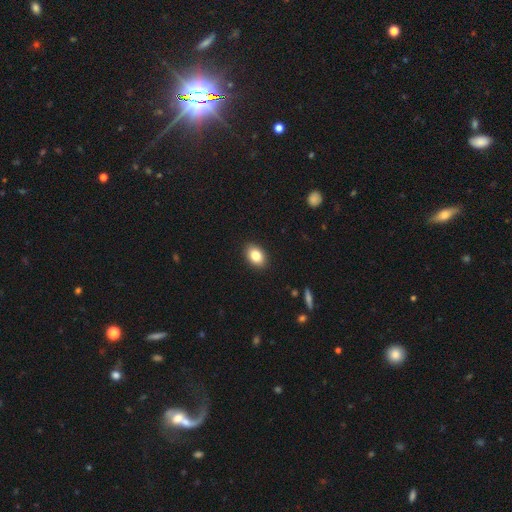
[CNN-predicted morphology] Smooth or featured? Predicted: smooth (p=0.84). How rounded? Predicted: in between (p=0.81). Merging? Predicted: none (p=0.90).